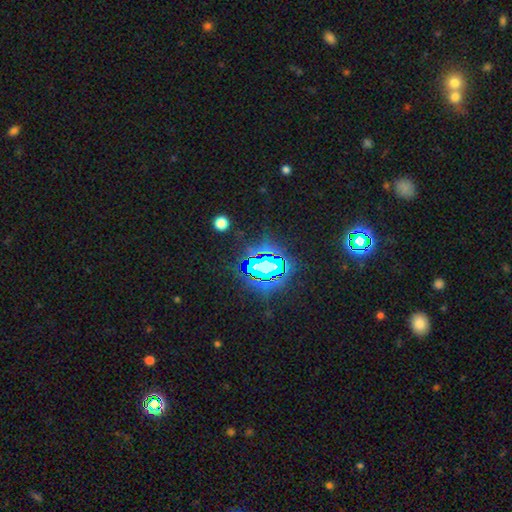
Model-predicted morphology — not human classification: Q: Smooth or featured?
A: star or artifact (74%); runner-up: smooth (15%)